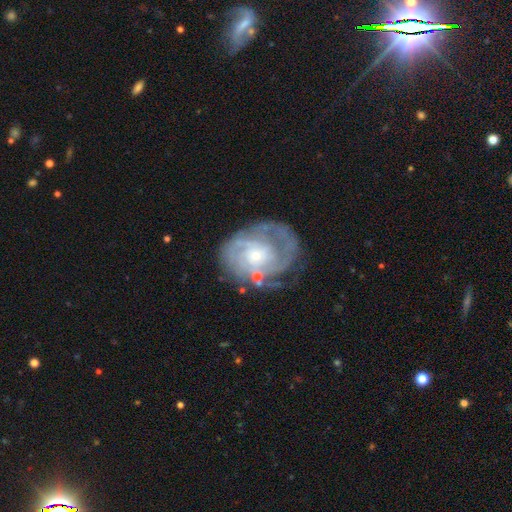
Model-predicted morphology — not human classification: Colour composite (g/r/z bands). It shows a featured or disk galaxy (83%) with no bar (75%), tight (64%) spiral arms (91%) and a small central bulge (74%). Merging: none (60%).